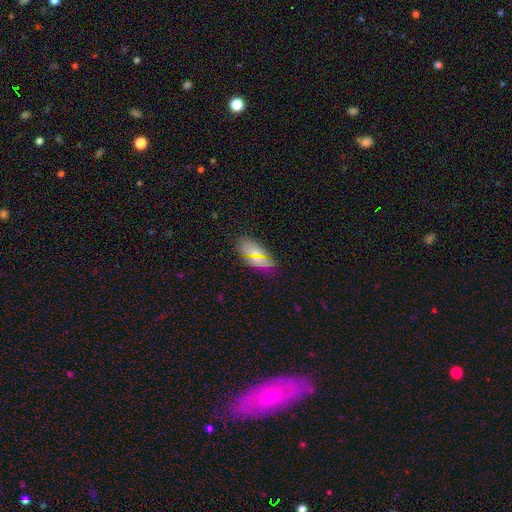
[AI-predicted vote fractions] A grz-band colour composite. It shows a smooth galaxy with no disk features (65%) that is in between round and cigar-shaped (84%). Merging: none (84%).